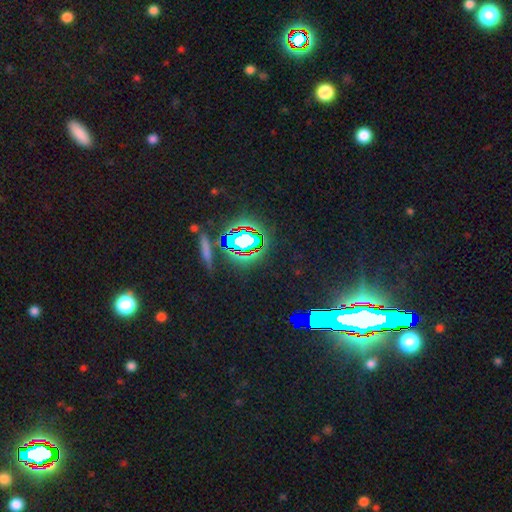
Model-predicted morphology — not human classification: A star or artifact, not a galaxy (82%).